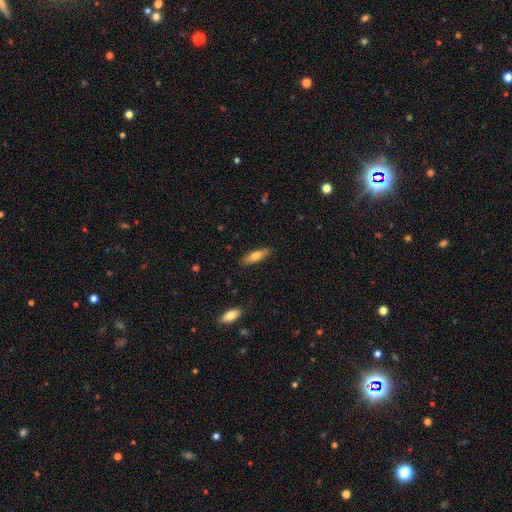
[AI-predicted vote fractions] Smooth or featured?
  - smooth: 70% *
  - featured or disk: 24%
  - star or artifact: 6%
How rounded?
  - cigar-shaped: 54% *
  - in between: 44%
  - round: 2%
Merging?
  - none: 86% *
  - minor disturbance: 11%
  - major disturbance: 2%
  - merger: 1%